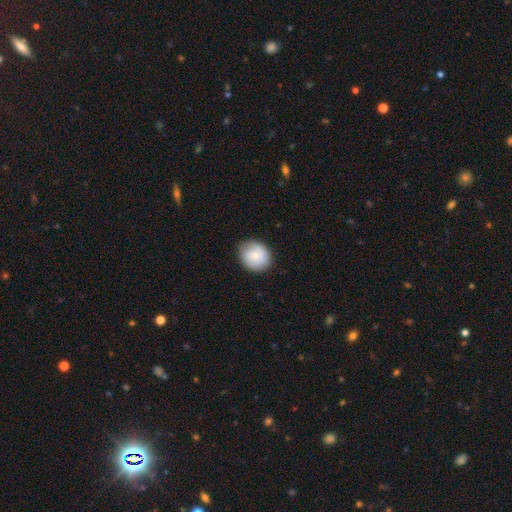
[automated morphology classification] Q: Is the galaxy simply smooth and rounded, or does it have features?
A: smooth — 65%.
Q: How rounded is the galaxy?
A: round — 74%.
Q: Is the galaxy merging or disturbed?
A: none — 82%.